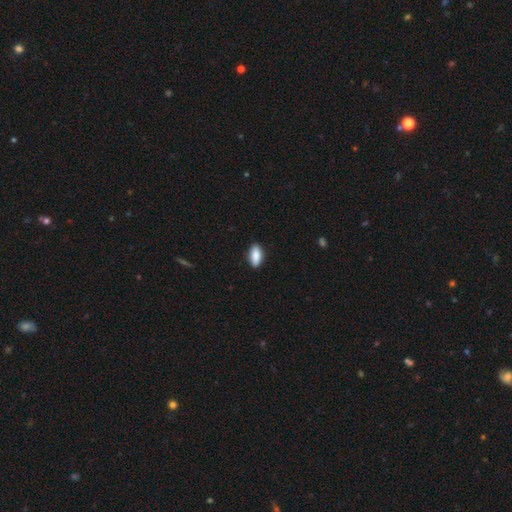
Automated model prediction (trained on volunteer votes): Overall: smooth (86%). How rounded: in between (85%). Merging: none (88%).